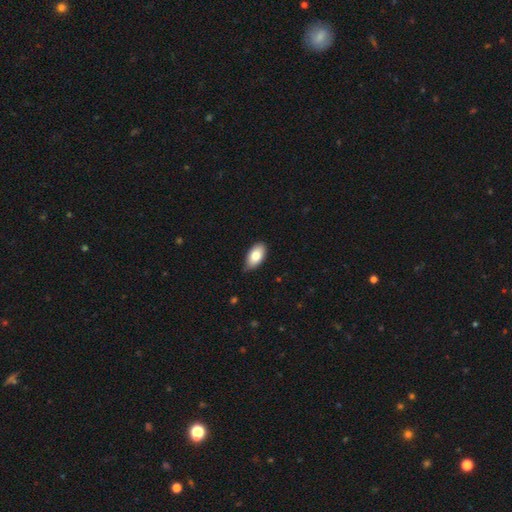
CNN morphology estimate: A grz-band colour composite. It shows a smooth galaxy with no disk features (80%) that is in between round and cigar-shaped (93%). Merging: none (75%).